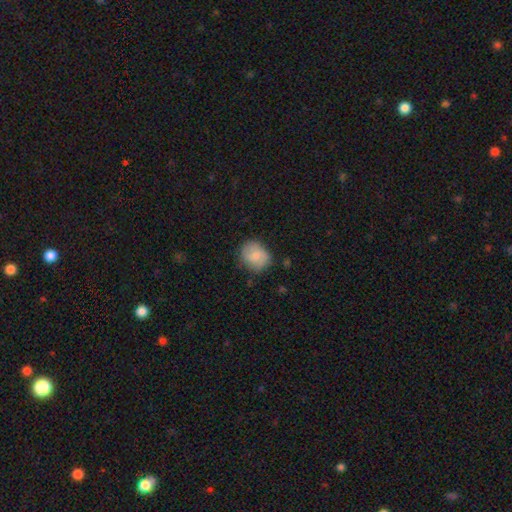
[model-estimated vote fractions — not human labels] Smooth or featured: smooth — 72% (featured or disk — 21%)
How rounded: round — 70% (in between — 29%)
Merging: none — 74% (minor disturbance — 19%)